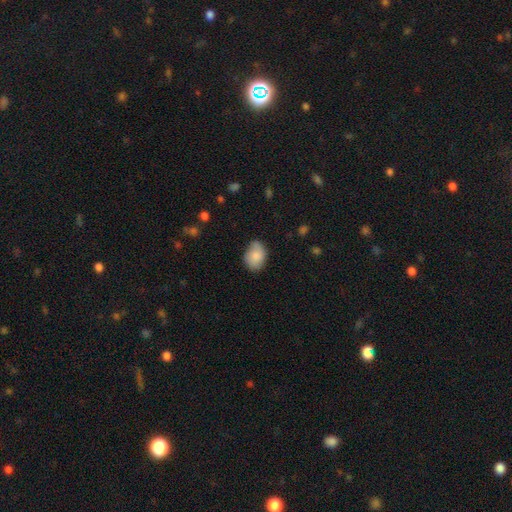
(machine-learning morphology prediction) smooth 82%, featured or disk 11%, star or artifact 7%. Down the decision tree: how rounded — in between (71%); merging — none (63%).